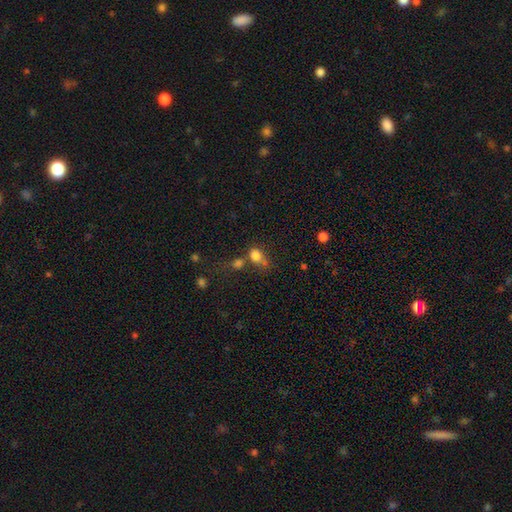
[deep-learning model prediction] Smooth or featured? Predicted: smooth (p=0.78). How rounded? Predicted: in between (p=0.53). Merging? Predicted: merger (p=0.35).